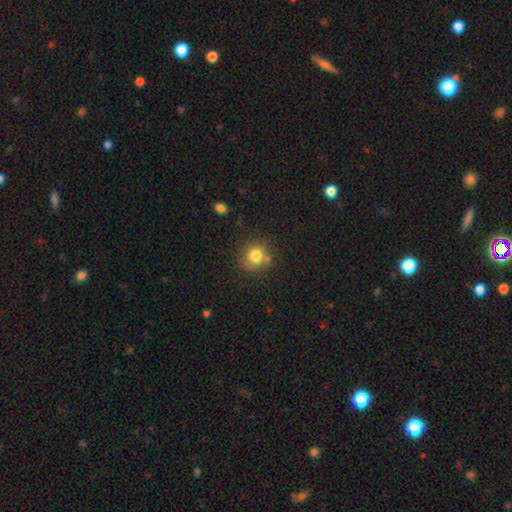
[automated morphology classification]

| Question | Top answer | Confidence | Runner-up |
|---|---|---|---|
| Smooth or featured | smooth | 79% | featured or disk (11%) |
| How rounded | round | 83% | in between (16%) |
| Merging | none | 69% | minor disturbance (18%) |